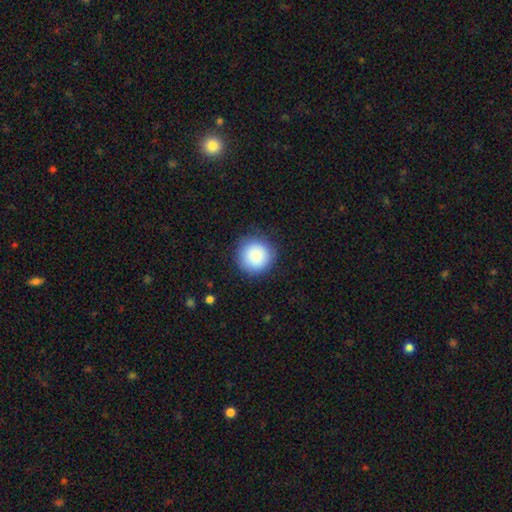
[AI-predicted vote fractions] Smooth or featured? smooth (87%)
How rounded? round (95%)
Merging? none (88%)